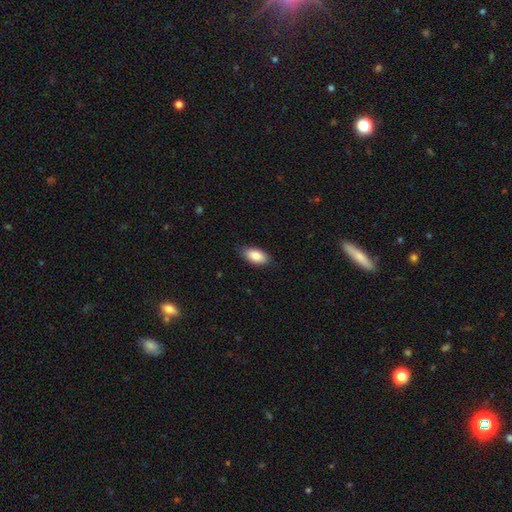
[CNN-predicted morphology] A smooth galaxy with no disk features (85%) that is in between round and cigar-shaped (92%). Merging: none (85%).